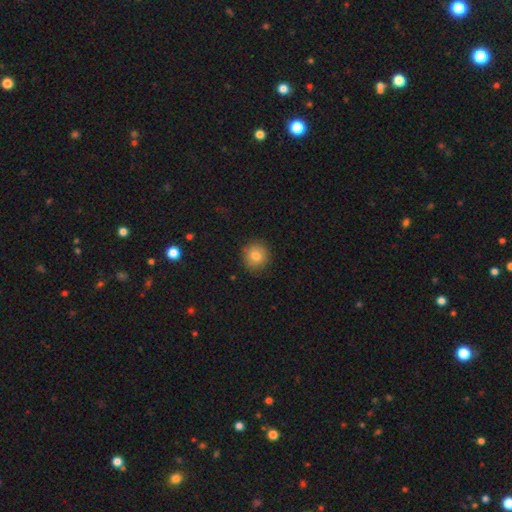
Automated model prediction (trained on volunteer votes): Overall: smooth (80%). How rounded: round (90%). Merging: none (88%).